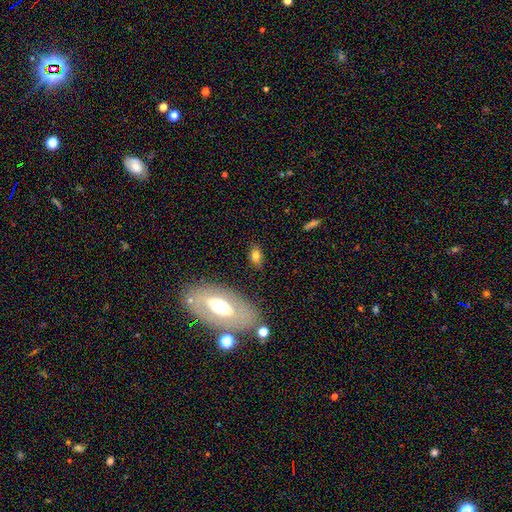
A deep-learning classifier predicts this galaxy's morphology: A smooth galaxy with no disk features (67%) that is in between round and cigar-shaped (79%). Merging: none (79%).